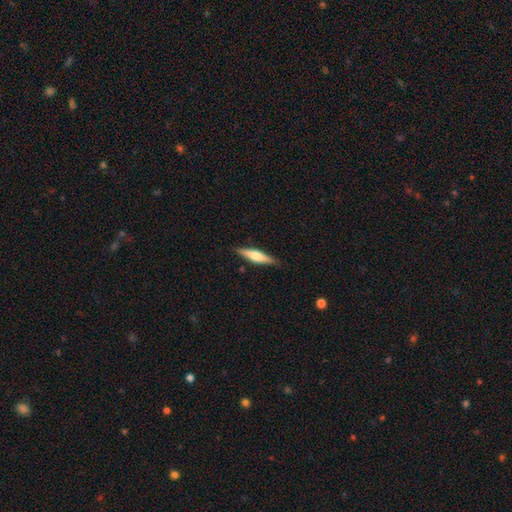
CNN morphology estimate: Q: Smooth or featured?
A: featured or disk (53%); runner-up: smooth (41%)
Q: Edge-on disk?
A: yes (95%); runner-up: no (5%)
Q: Edge-on bulge?
A: rounded (86%); runner-up: boxy (9%)
Q: Merging?
A: none (88%); runner-up: minor disturbance (9%)